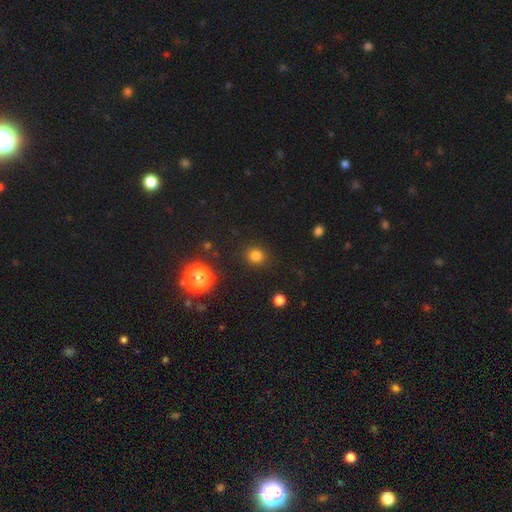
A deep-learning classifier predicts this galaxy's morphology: The model was most divided on "smooth or featured": smooth: 79%, star or artifact: 16%, featured or disk: 4%. More confident: merging — none (89%); how rounded — round (87%).